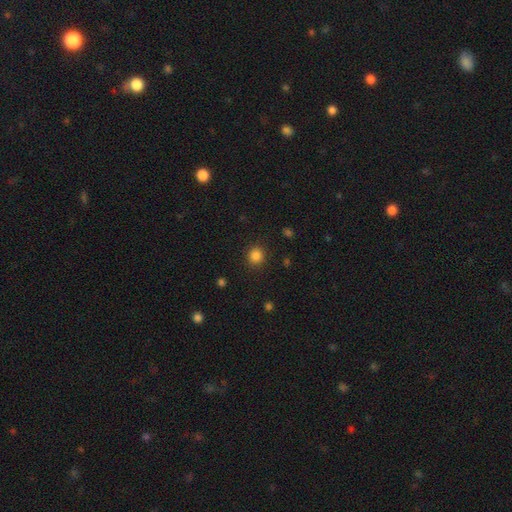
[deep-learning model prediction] A smooth galaxy with no disk features (85%) that is round (91%).

Vote fractions:
- Smooth or featured? smooth: 85% / star or artifact: 12% / featured or disk: 3%
- How rounded? round: 91% / in between: 8% / cigar-shaped: 1%
- Merging? none: 90% / minor disturbance: 7% / major disturbance: 3% / merger: 1%